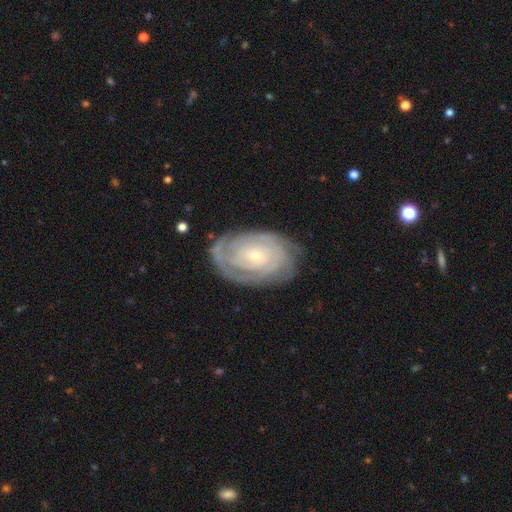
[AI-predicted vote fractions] A featured or disk galaxy (82%) with no bar (78%), tight (81%) spiral arms (92%) and a small central bulge (78%). Merging: none (77%).